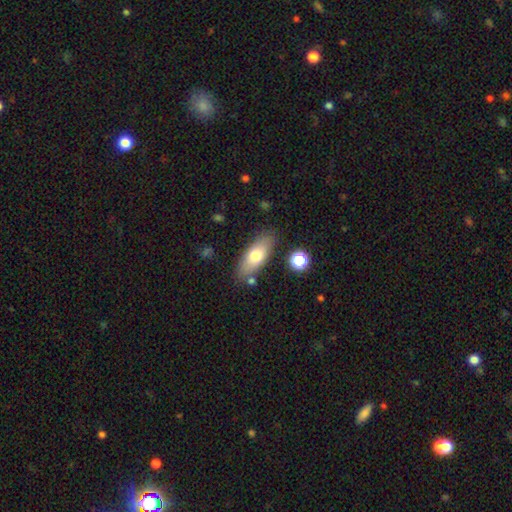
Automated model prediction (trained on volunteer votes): smooth-or-featured: smooth: 70% | featured or disk: 23% | star or artifact: 7%
  how-rounded: in between: 74% | cigar-shaped: 23% | round: 3%
  merging: none: 80% | minor disturbance: 13% | merger: 4% | major disturbance: 3%